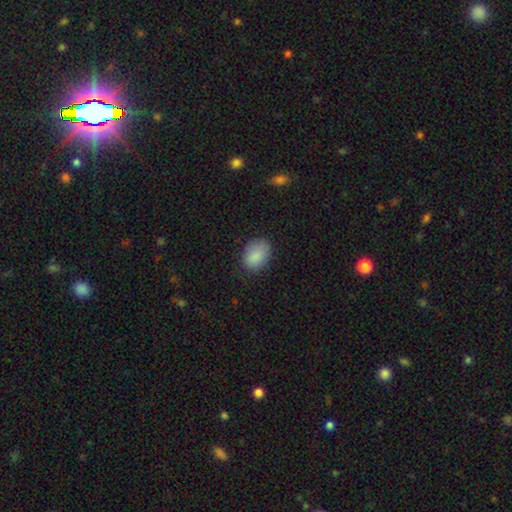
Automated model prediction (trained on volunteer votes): smooth 87%, star or artifact 7%, featured or disk 6%. Down the decision tree: how rounded — in between (78%); merging — none (79%).